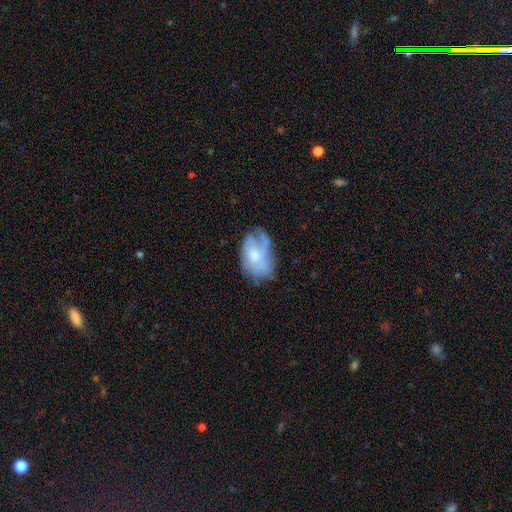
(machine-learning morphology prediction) Q: Smooth or featured?
A: featured or disk (50%); runner-up: smooth (43%)
Q: Merging?
A: none (47%); runner-up: minor disturbance (31%)